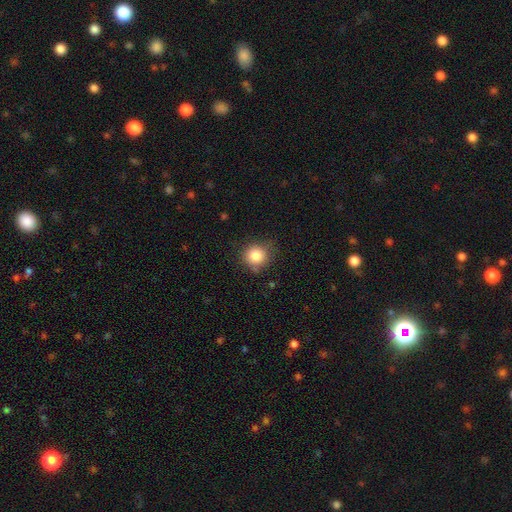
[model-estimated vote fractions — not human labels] A smooth galaxy with no disk features (84%) that is round (89%). Merging: none (76%).